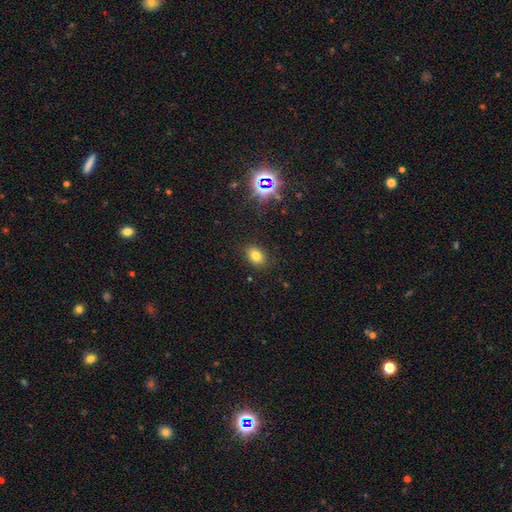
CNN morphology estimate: The model was most divided on "how rounded": in between: 71%, round: 28%, cigar-shaped: 1%. More confident: merging — none (88%); smooth or featured — smooth (76%).